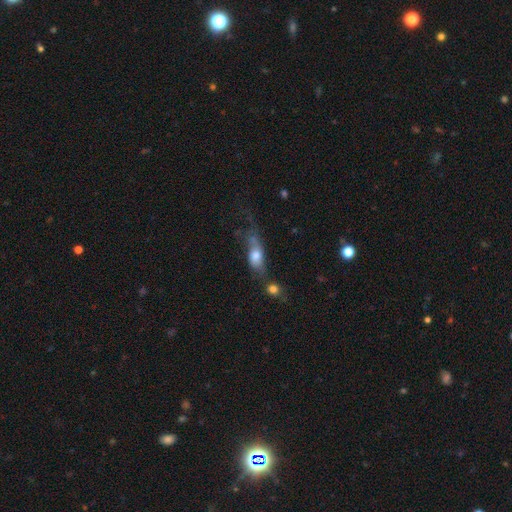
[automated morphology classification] Smooth or featured? smooth (66%)
How rounded? in between (70%)
Merging? none (30%)